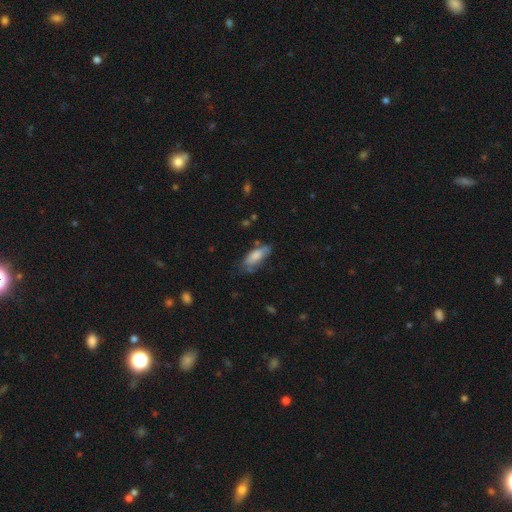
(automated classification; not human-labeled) Smooth or featured? smooth (77%)
How rounded? in between (73%)
Merging? none (61%)